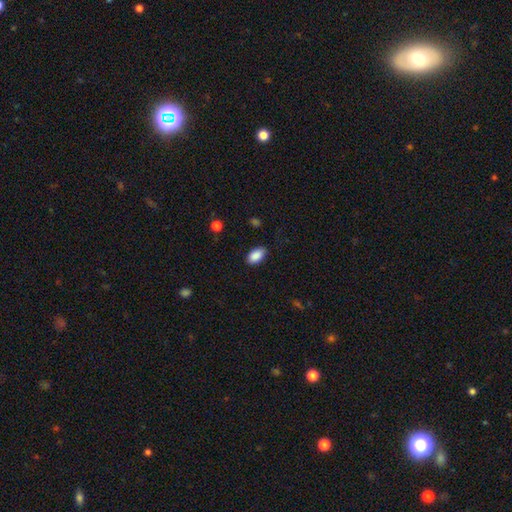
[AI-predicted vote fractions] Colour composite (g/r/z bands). It shows a smooth galaxy with no disk features (89%) that is in between round and cigar-shaped (93%). Merging: none (84%).